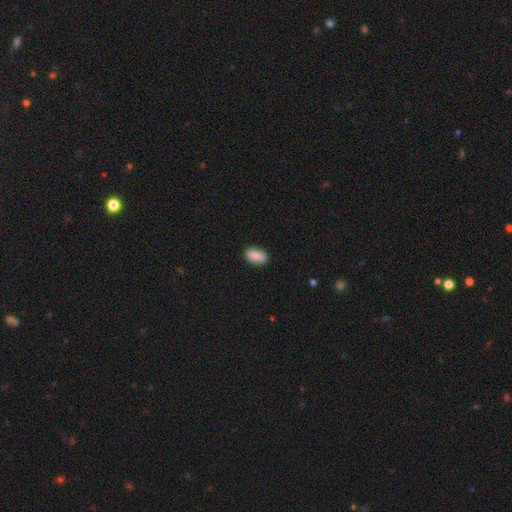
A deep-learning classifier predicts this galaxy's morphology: smooth 86%, star or artifact 7%, featured or disk 7%. Down the decision tree: how rounded — in between (92%); merging — none (87%).